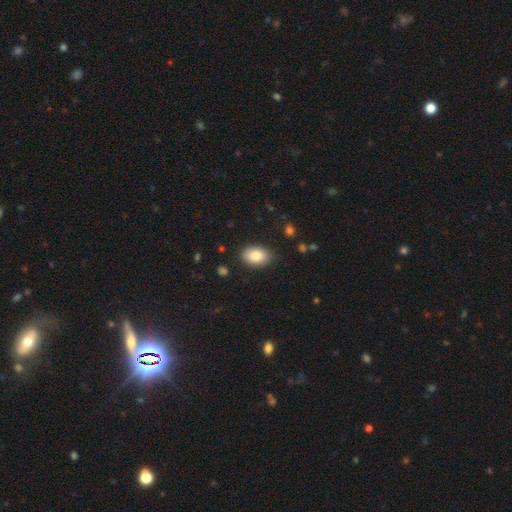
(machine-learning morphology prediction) A smooth galaxy with no disk features (86%) that is in between round and cigar-shaped (89%). Merging: none (85%).